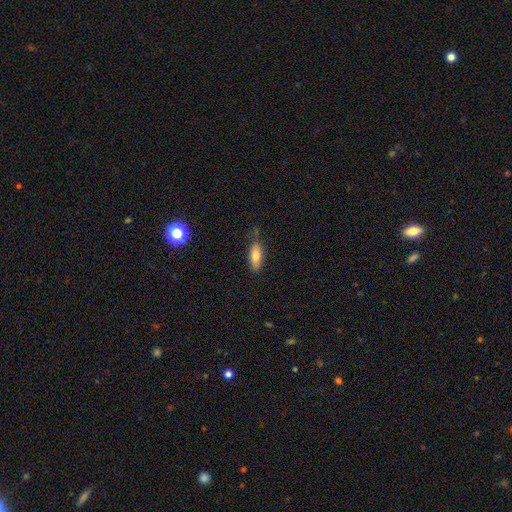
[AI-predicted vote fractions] Morphology: type=smooth (79%); roundness=in between (75%); merging=none (69%).